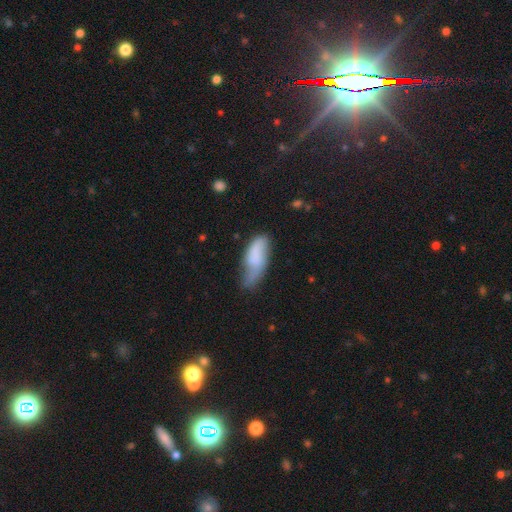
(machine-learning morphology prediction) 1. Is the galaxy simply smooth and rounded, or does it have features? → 66% smooth, 26% featured or disk, 8% star or artifact.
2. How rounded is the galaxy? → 76% in between, 22% cigar-shaped, 2% round.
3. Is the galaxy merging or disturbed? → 39% minor disturbance, 38% none, 18% major disturbance, 4% merger.